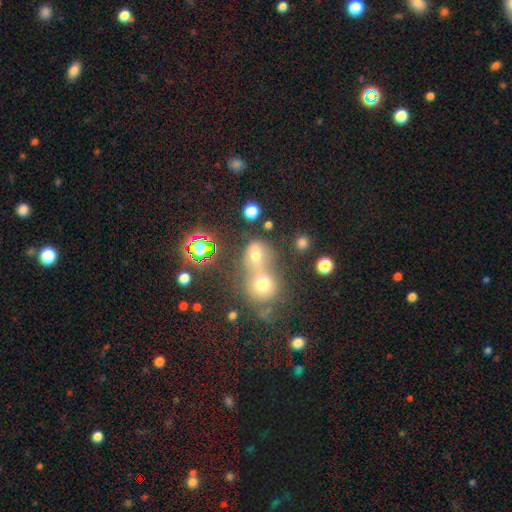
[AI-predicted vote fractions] smooth-or-featured: smooth: 61% | star or artifact: 25% | featured or disk: 14%
  how-rounded: round: 57% | in between: 41% | cigar-shaped: 2%
  merging: merger: 62% | none: 26% | minor disturbance: 7% | major disturbance: 5%